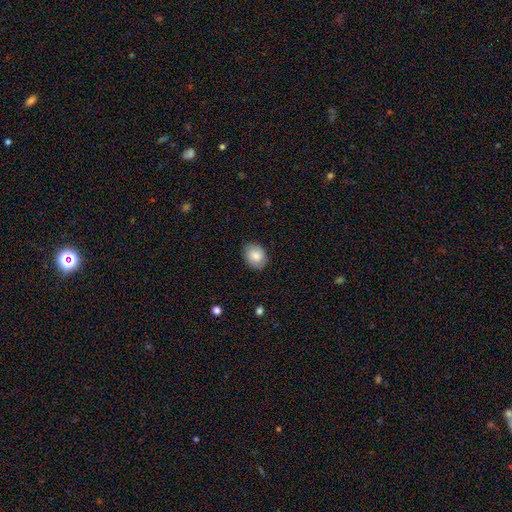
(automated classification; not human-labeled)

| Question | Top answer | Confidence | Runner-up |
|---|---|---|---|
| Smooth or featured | smooth | 84% | featured or disk (9%) |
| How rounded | in between | 57% | round (43%) |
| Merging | none | 83% | minor disturbance (13%) |